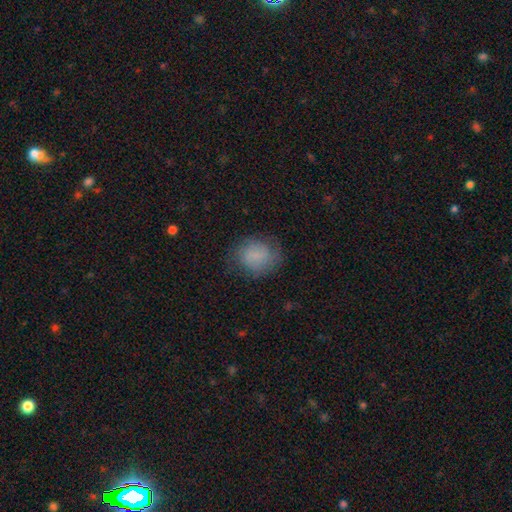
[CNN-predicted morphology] This appears to be a smooth galaxy with no disk features (73%) that is round (66%). Merging: none (72%).